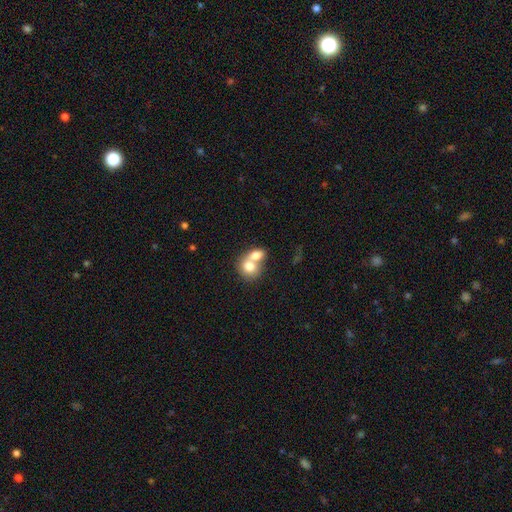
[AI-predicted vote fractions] smooth_or_featured: smooth (p=0.72) [alt: featured or disk p=0.20]
how_rounded: round (p=0.56) [alt: in between p=0.43]
merging: merger (p=0.73) [alt: none p=0.19]